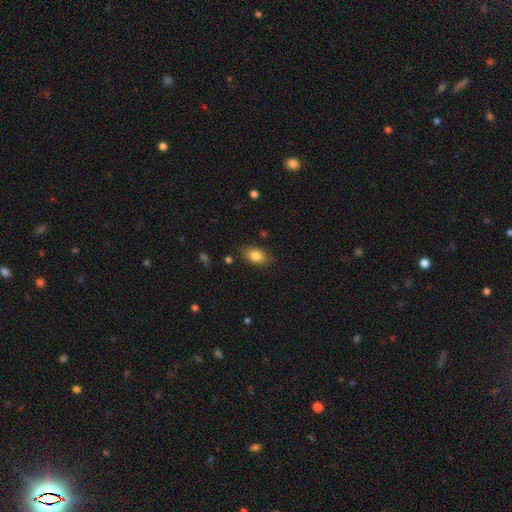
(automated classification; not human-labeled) A smooth galaxy with no disk features (82%) that is in between round and cigar-shaped (87%). Merging: none (82%).